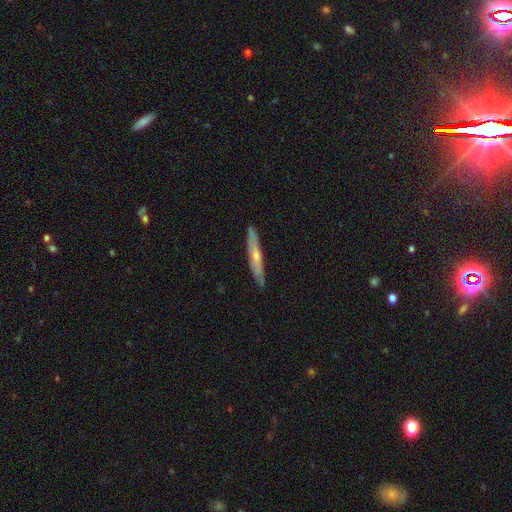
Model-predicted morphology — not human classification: Smooth or featured? Predicted: featured or disk (p=0.54). Edge-on disk? Predicted: yes (p=0.87). Merging? Predicted: none (p=0.87).